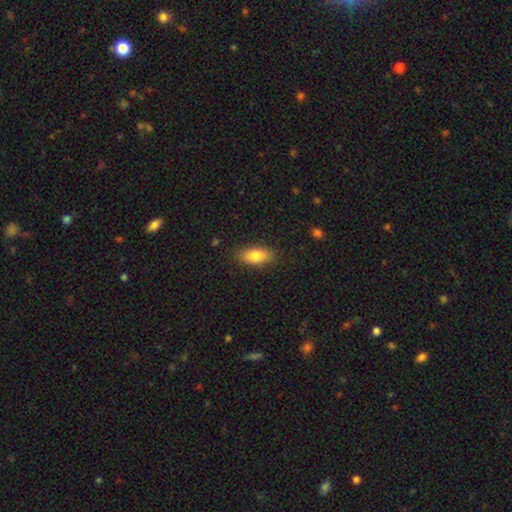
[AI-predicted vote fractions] smooth 83%, featured or disk 9%, star or artifact 7%. Down the decision tree: how rounded — in between (84%); merging — none (85%).